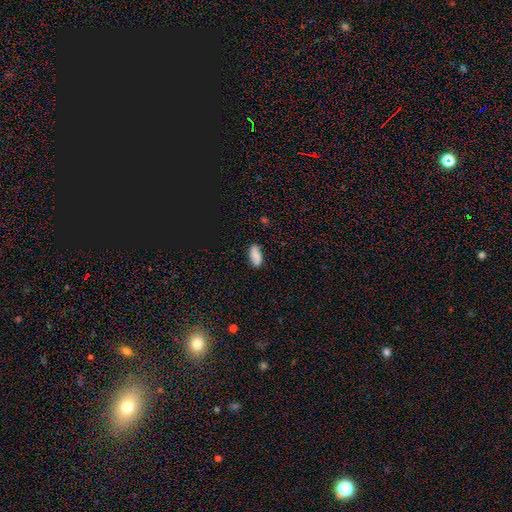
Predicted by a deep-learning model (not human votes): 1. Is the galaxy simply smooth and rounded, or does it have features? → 82% smooth, 9% star or artifact, 9% featured or disk.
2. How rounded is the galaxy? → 91% in between, 6% cigar-shaped, 2% round.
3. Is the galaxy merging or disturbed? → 80% none, 15% minor disturbance, 3% major disturbance, 2% merger.